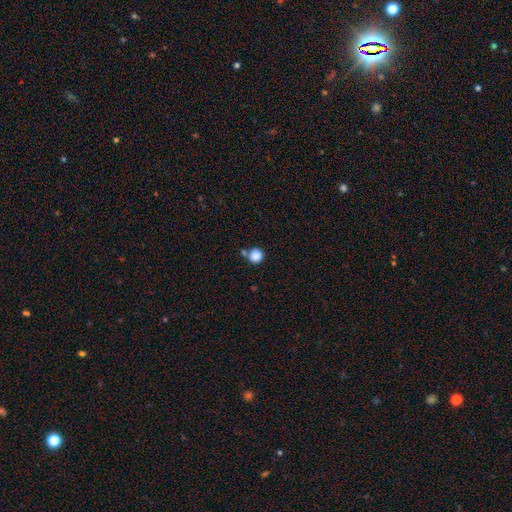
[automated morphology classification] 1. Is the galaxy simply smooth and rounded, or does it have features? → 86% smooth, 10% star or artifact, 4% featured or disk.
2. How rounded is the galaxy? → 92% round, 7% in between, 1% cigar-shaped.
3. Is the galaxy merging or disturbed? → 64% none, 19% merger, 12% minor disturbance, 4% major disturbance.